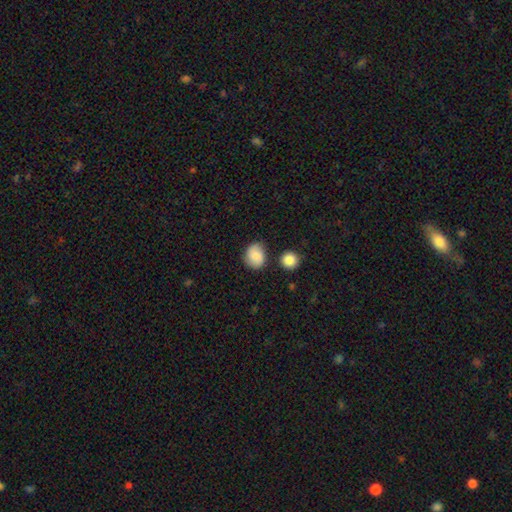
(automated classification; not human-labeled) This appears to be a smooth galaxy with no disk features (74%) that is round (66%). Merging: none (71%).